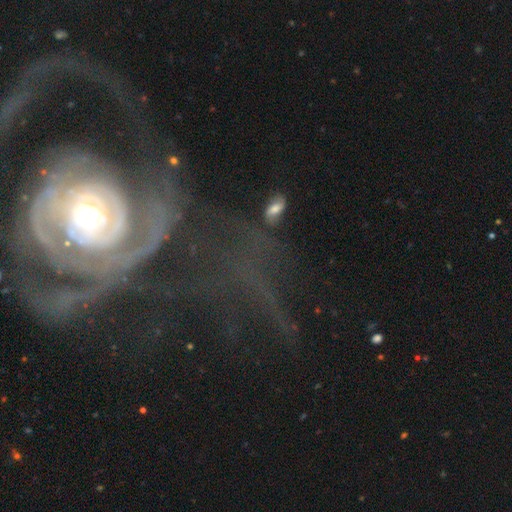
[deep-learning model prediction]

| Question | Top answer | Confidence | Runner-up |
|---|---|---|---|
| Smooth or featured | featured or disk | 82% | star or artifact (10%) |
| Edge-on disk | no | 95% | yes (5%) |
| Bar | no | 68% | weak (18%) |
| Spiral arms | yes | 78% | no (22%) |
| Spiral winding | tight | 55% | medium (26%) |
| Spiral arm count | can't tell | 32% | 2 (29%) |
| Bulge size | moderate | 59% | small (27%) |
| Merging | major disturbance | 46% | none (34%) |